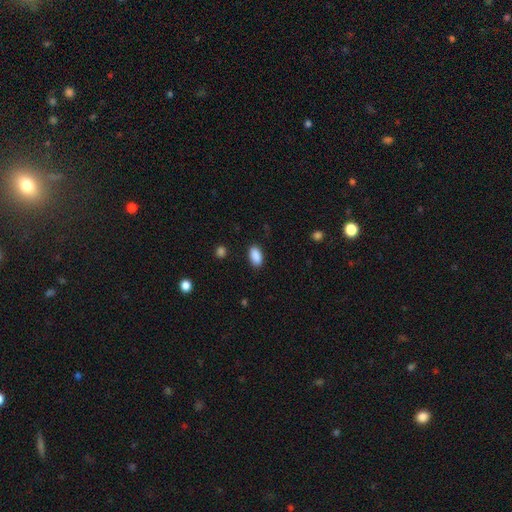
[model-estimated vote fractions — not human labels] smooth 90%, star or artifact 8%, featured or disk 3%. Down the decision tree: how rounded — in between (93%); merging — none (88%).